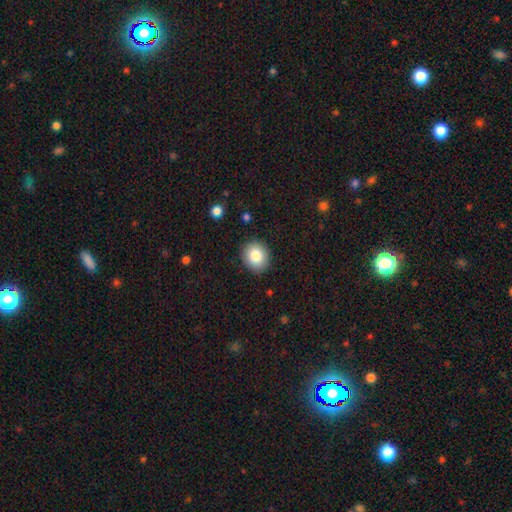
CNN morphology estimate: A smooth galaxy with no disk features (83%) that is round (69%).

Vote fractions:
- Smooth or featured? smooth: 83% / star or artifact: 9% / featured or disk: 8%
- How rounded? round: 69% / in between: 31% / cigar-shaped: 1%
- Merging? none: 89% / minor disturbance: 8% / major disturbance: 2% / merger: 1%